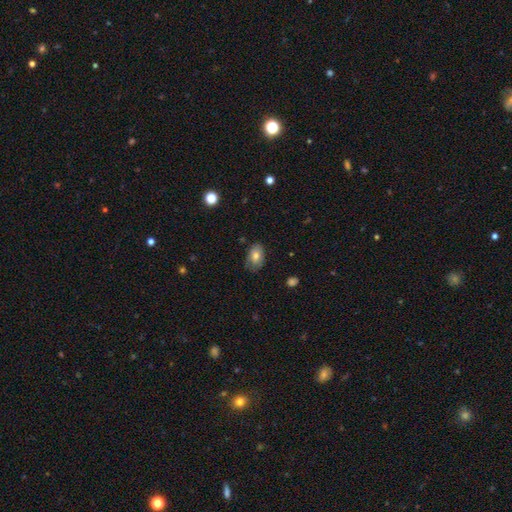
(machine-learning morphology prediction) This is likely a smooth galaxy (74%). How rounded: clearly in between (87%). Merging: likely none (72%).